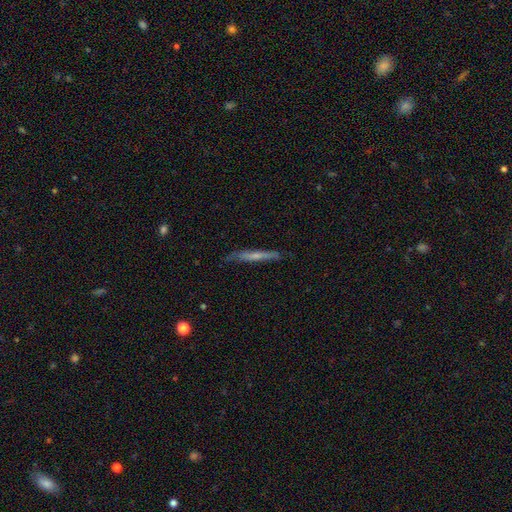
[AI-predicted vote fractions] Smooth or featured: featured or disk — 52% (smooth — 41%)
Edge-on disk: yes — 92% (no — 8%)
Merging: none — 79% (minor disturbance — 17%)